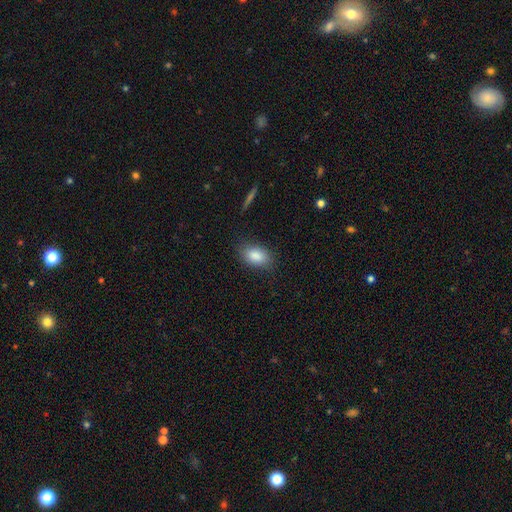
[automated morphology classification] Smooth or featured? Predicted: smooth (p=0.87). How rounded? Predicted: in between (p=0.89). Merging? Predicted: none (p=0.81).